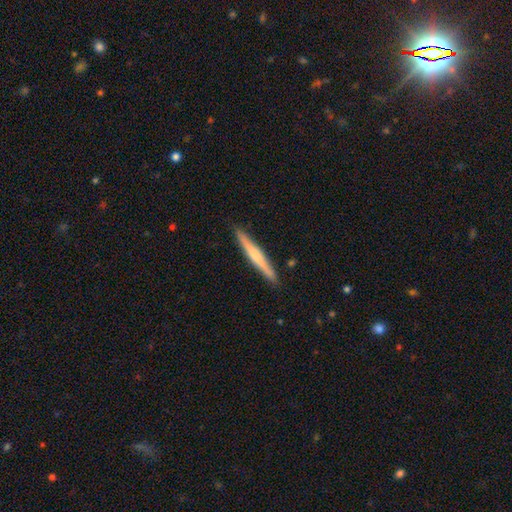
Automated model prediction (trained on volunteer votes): Smooth or featured? featured or disk (51%)
Edge-on disk? yes (97%)
Merging? none (91%)